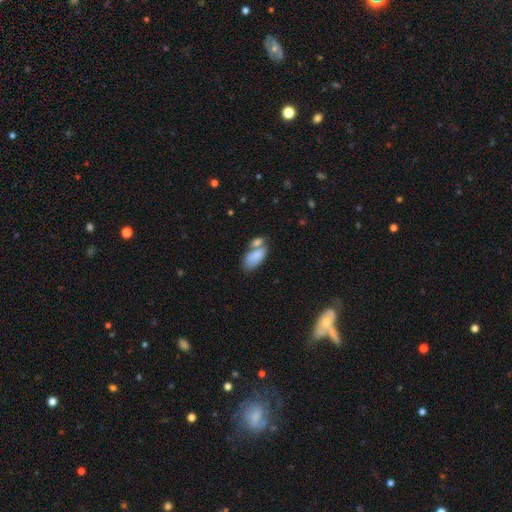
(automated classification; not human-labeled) smooth 81%, featured or disk 12%, star or artifact 7%. Down the decision tree: how rounded — in between (92%); merging — merger (47%).